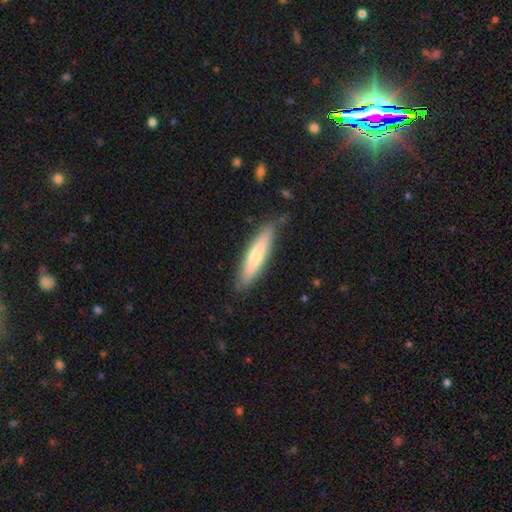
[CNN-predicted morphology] smooth 67%, featured or disk 28%, star or artifact 6%. Down the decision tree: how rounded — cigar-shaped (81%); merging — none (80%).